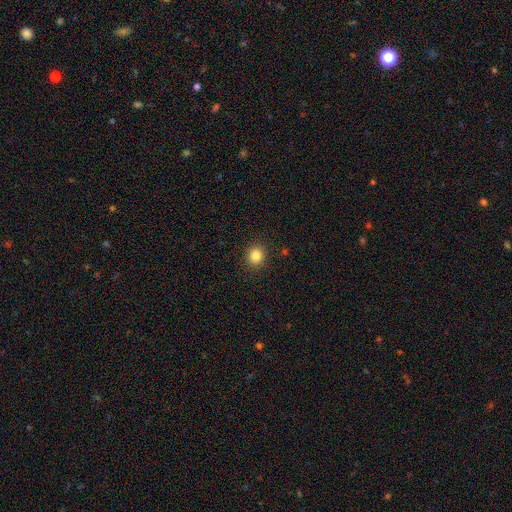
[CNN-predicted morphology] Smooth or featured?
  - smooth: 84% *
  - star or artifact: 11%
  - featured or disk: 5%
How rounded?
  - round: 80% *
  - in between: 19%
  - cigar-shaped: 1%
Merging?
  - none: 90% *
  - minor disturbance: 7%
  - major disturbance: 2%
  - merger: 1%